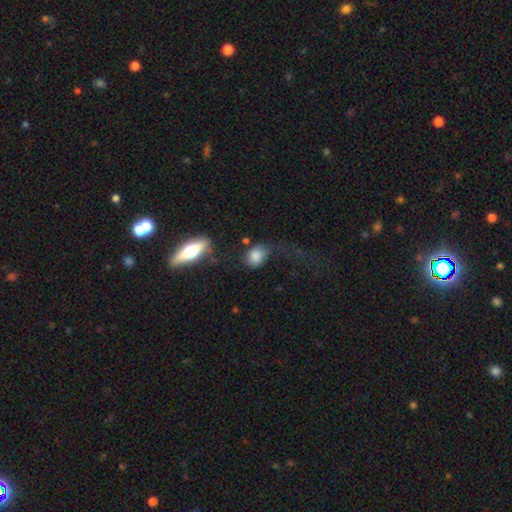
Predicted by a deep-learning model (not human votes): The model was most divided on "how rounded": in between: 60%, round: 37%, cigar-shaped: 2%. Remaining: smooth or featured — smooth (80%); merging — none (50%).